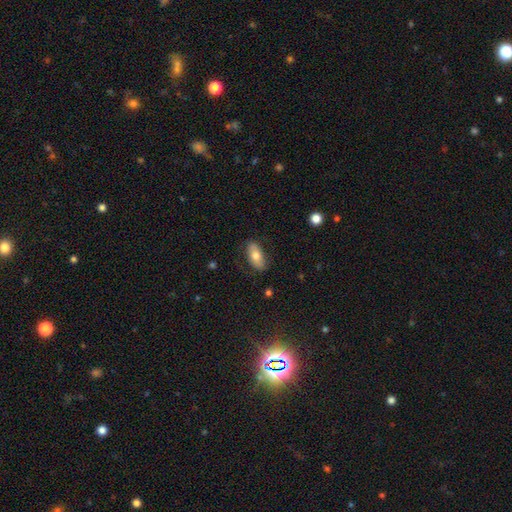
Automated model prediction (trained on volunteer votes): A smooth galaxy with no disk features (70%) that is in between round and cigar-shaped (87%). Merging: none (81%).